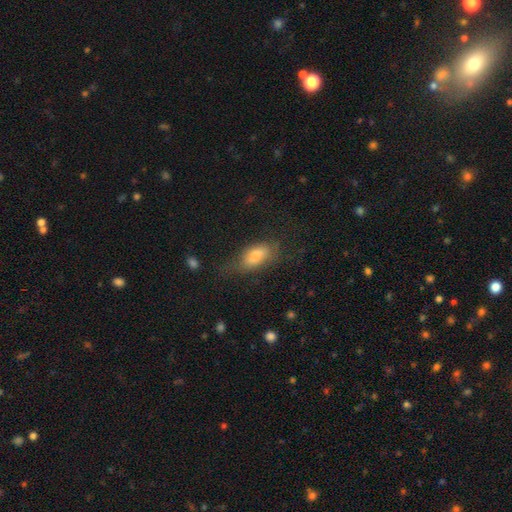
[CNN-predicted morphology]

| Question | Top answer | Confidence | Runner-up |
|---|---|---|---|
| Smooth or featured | smooth | 77% | featured or disk (14%) |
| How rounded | in between | 85% | cigar-shaped (11%) |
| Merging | none | 46% | minor disturbance (29%) |